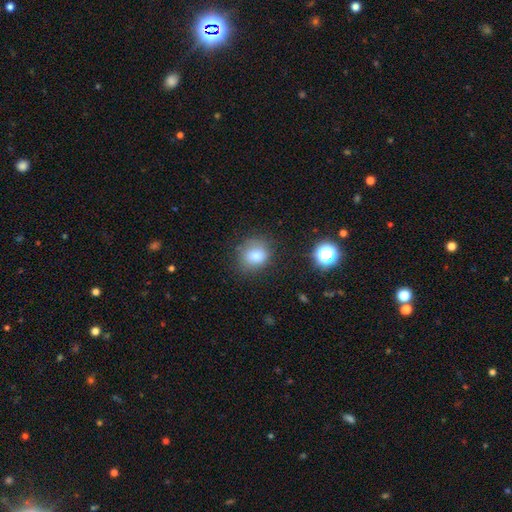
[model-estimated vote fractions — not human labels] The model was most divided on "how rounded": round: 72%, in between: 27%, cigar-shaped: 1%. More confident: smooth or featured — smooth (79%); merging — none (77%).